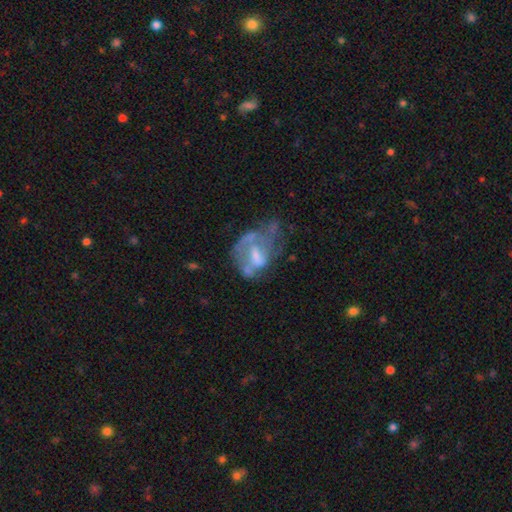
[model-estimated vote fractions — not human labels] Smooth or featured: featured or disk — 63% (smooth — 27%)
Edge-on disk: no — 97% (yes — 3%)
Bar: no — 49% (weak — 39%)
Spiral arms: no — 60% (yes — 40%)
Bulge size: moderate — 37% (small — 27%)
Merging: major disturbance — 39% (none — 27%)